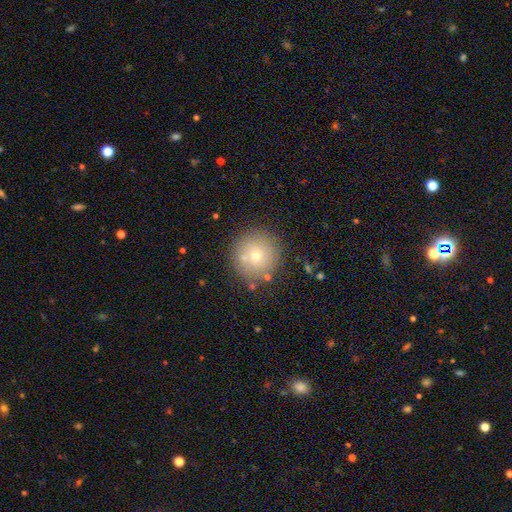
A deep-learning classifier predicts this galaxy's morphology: This is likely a smooth galaxy (66%). How rounded: clearly round (95%). Merging: likely none (80%).